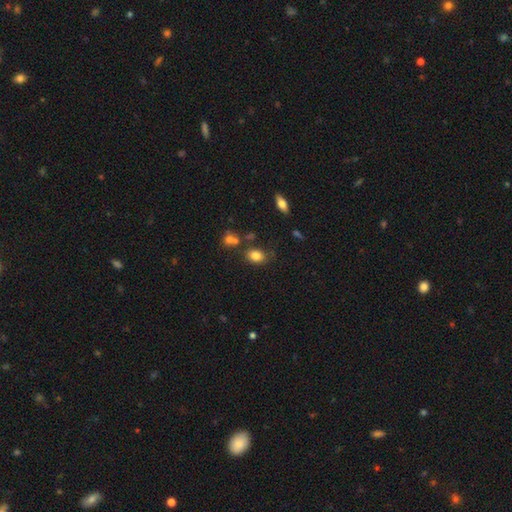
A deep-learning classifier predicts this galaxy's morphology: smooth-or-featured: smooth: 82% | star or artifact: 11% | featured or disk: 8%
  how-rounded: in between: 68% | round: 30% | cigar-shaped: 1%
  merging: none: 72% | minor disturbance: 16% | merger: 8% | major disturbance: 4%